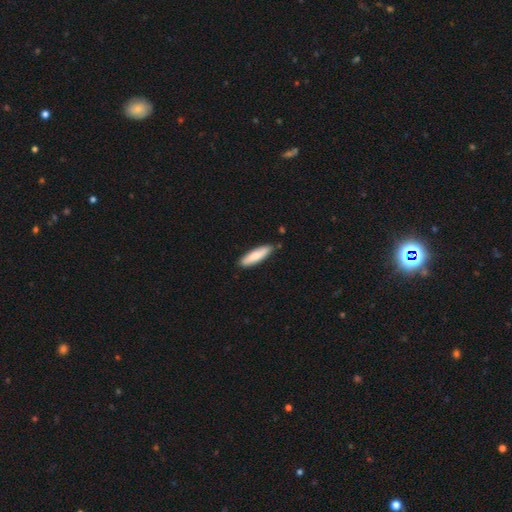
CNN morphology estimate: This appears to be a smooth galaxy with no disk features (82%) that is cigar-shaped (71%). Merging: none (85%).